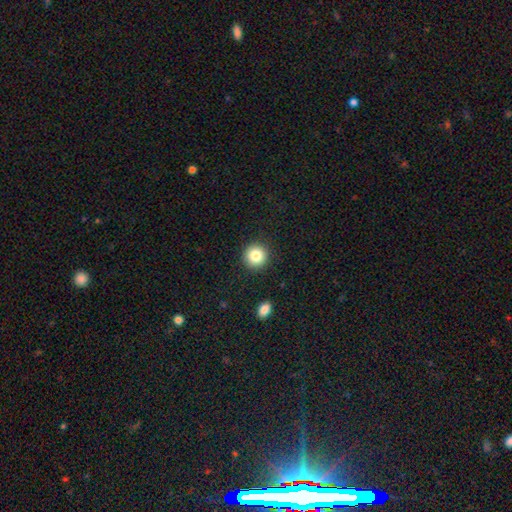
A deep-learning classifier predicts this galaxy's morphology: Smooth or featured? smooth (83%)
How rounded? round (94%)
Merging? none (92%)